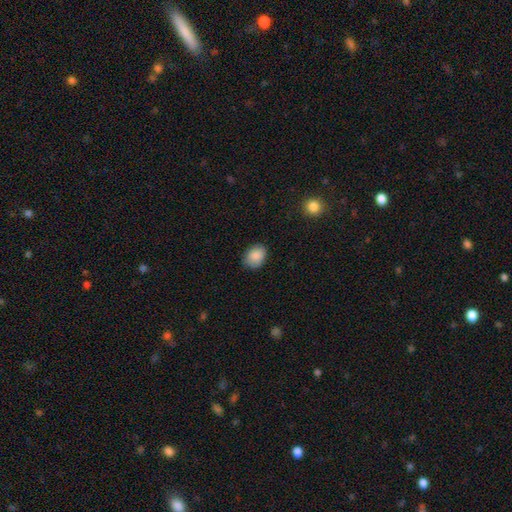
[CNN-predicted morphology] A smooth galaxy with no disk features (88%) that is in between round and cigar-shaped (67%). Merging: none (81%).